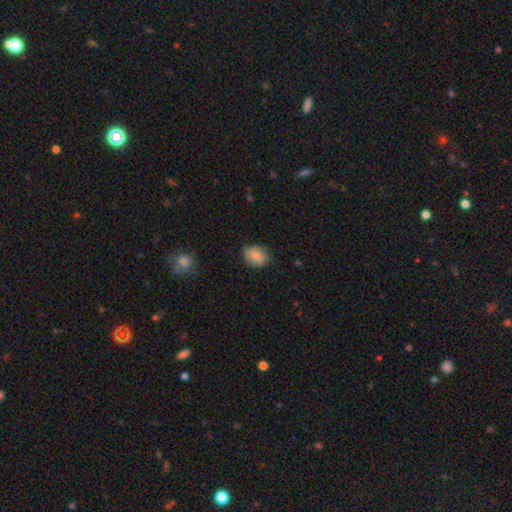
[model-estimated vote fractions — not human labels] Smooth or featured: smooth — 81% (featured or disk — 12%)
How rounded: in between — 52% (round — 47%)
Merging: none — 70% (minor disturbance — 25%)